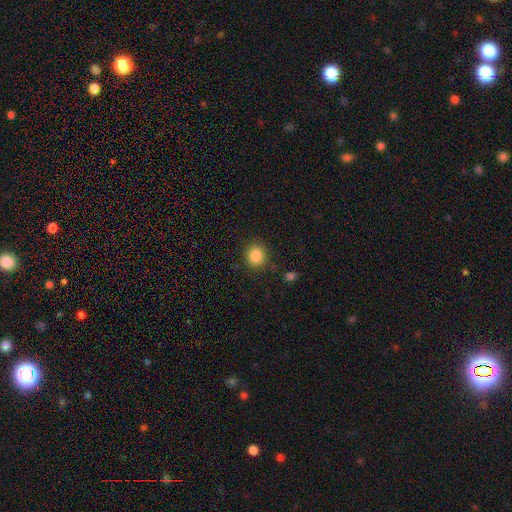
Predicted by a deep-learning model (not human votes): smooth 85%, star or artifact 10%, featured or disk 4%. Down the decision tree: how rounded — round (84%); merging — none (87%).